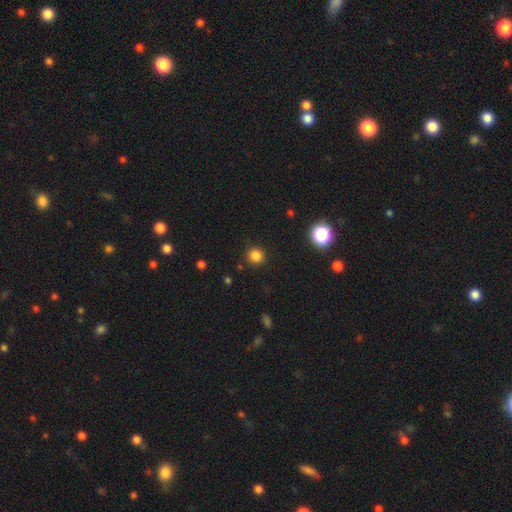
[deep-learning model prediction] Smooth or featured? Predicted: smooth (p=0.83). How rounded? Predicted: round (p=0.91). Merging? Predicted: none (p=0.90).